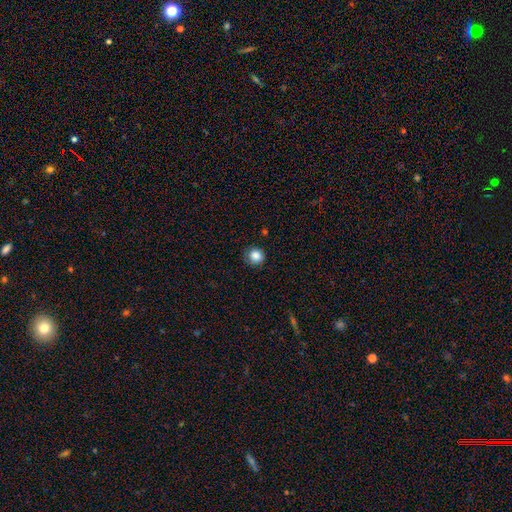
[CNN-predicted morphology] The model was most divided on "merging": none: 83%, minor disturbance: 13%, major disturbance: 3%, merger: 1%. More confident: how rounded — round (92%); smooth or featured — smooth (85%).